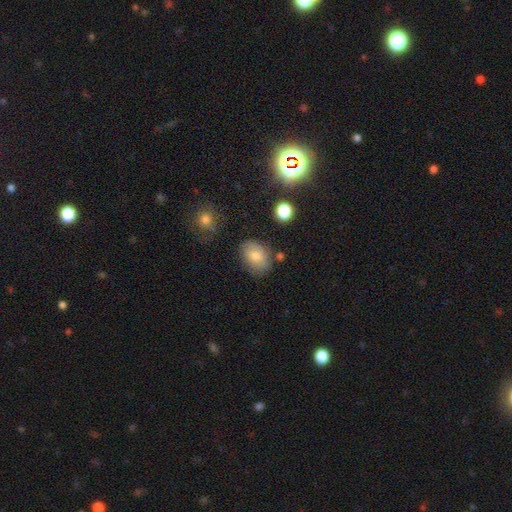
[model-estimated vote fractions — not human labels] Smooth or featured? smooth (74%)
How rounded? in between (76%)
Merging? none (72%)